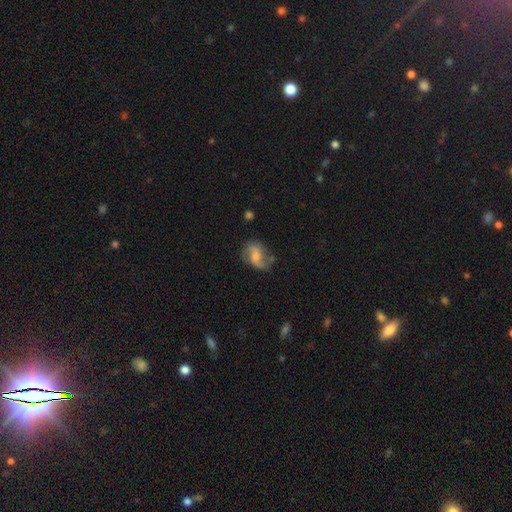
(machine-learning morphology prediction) Overall: featured or disk (58%; smooth 34%). Edge-on disk: no (97%). Bar: weak (43%, tied with no). Spiral arms: yes (87%). Bulge size: moderate (38%; small 32%). Merging: none (59%; minor disturbance 25%).